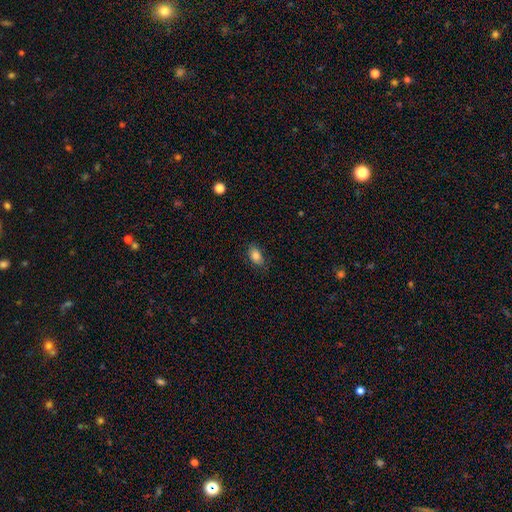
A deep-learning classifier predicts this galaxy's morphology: Smooth or featured? Predicted: smooth (p=0.84). How rounded? Predicted: in between (p=0.87). Merging? Predicted: none (p=0.81).